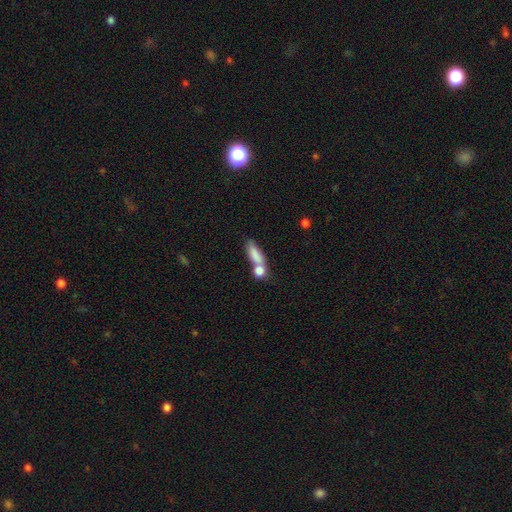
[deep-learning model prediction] A smooth galaxy with no disk features (78%) that is in between round and cigar-shaped (52%).

Vote fractions:
- Smooth or featured? smooth: 78% / featured or disk: 13% / star or artifact: 8%
- How rounded? in between: 52% / cigar-shaped: 39% / round: 9%
- Merging? merger: 45% / none: 36% / minor disturbance: 12% / major disturbance: 7%